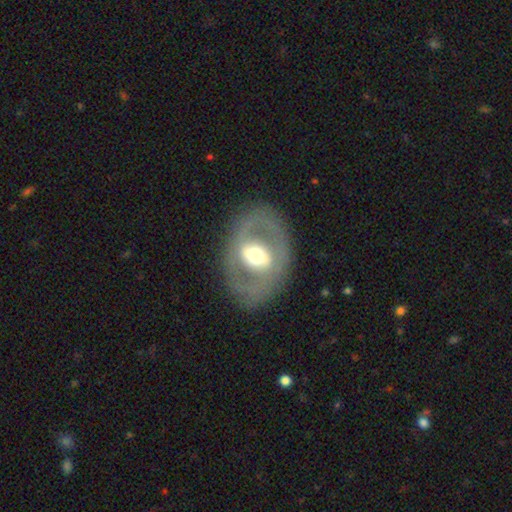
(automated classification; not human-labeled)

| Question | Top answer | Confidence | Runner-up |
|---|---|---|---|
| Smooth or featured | featured or disk | 68% | smooth (25%) |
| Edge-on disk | no | 90% | yes (10%) |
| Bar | strong | 43% | weak (29%) |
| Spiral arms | no | 74% | yes (26%) |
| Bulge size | moderate | 59% | large (27%) |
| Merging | none | 78% | minor disturbance (11%) |